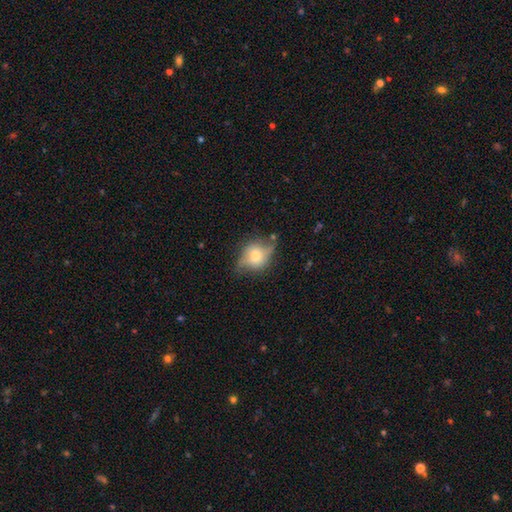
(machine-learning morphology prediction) Q: Smooth or featured?
A: featured or disk (47%); runner-up: smooth (44%)
Q: Merging?
A: none (60%); runner-up: minor disturbance (28%)